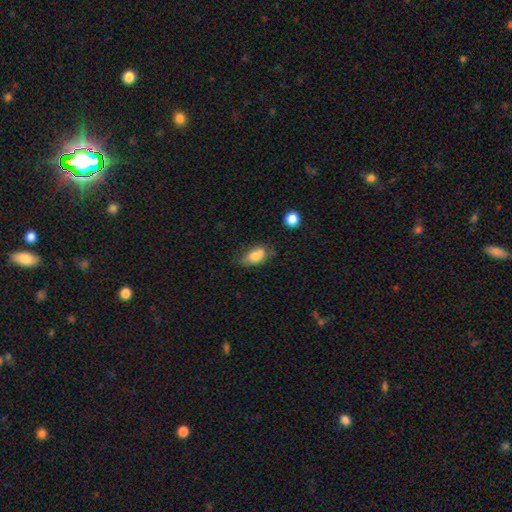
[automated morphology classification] A smooth galaxy with no disk features (73%) that is in between round and cigar-shaped (86%).

Vote fractions:
- Smooth or featured? smooth: 73% / featured or disk: 18% / star or artifact: 9%
- How rounded? in between: 86% / round: 9% / cigar-shaped: 5%
- Merging? none: 47% / minor disturbance: 28% / merger: 14% / major disturbance: 11%